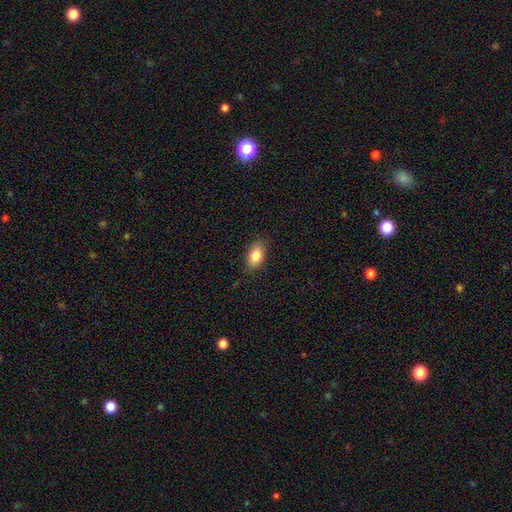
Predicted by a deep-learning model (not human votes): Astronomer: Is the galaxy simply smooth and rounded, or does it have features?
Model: smooth — 85%.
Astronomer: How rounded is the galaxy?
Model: in between — 90%.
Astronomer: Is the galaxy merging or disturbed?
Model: none — 85%.